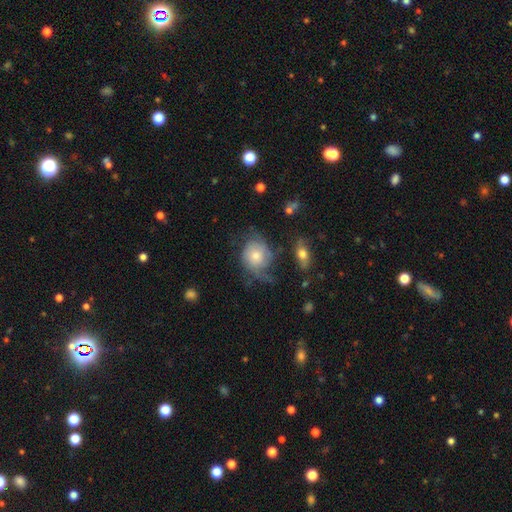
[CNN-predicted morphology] A featured or disk galaxy (47%). Merging: none (38%).